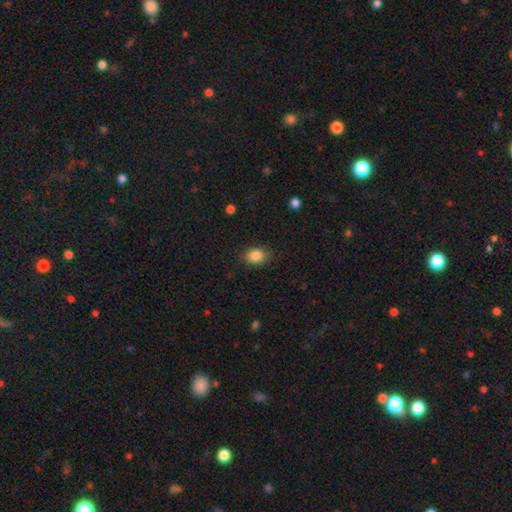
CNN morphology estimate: Smooth or featured?
  - smooth: 85% *
  - star or artifact: 9%
  - featured or disk: 6%
How rounded?
  - in between: 65% *
  - round: 34%
  - cigar-shaped: 1%
Merging?
  - none: 84% *
  - minor disturbance: 12%
  - major disturbance: 3%
  - merger: 1%